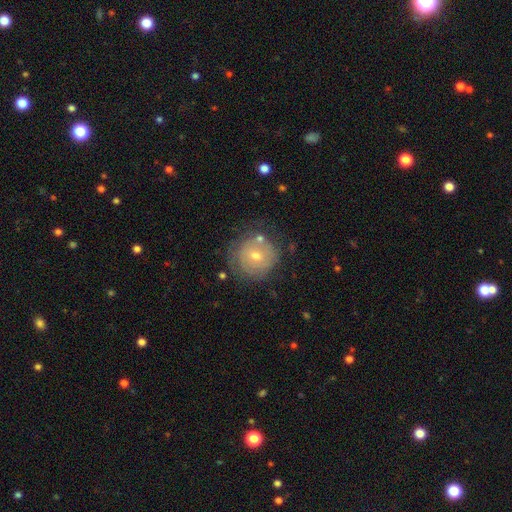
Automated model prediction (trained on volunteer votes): Smooth or featured? featured or disk (49%)
Merging? none (70%)